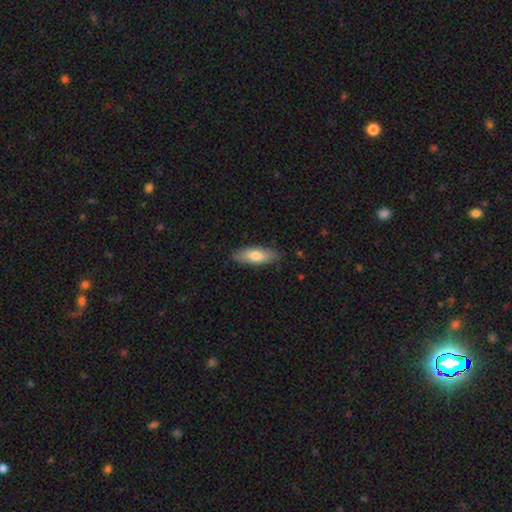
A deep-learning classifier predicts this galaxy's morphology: Smooth or featured? Predicted: smooth (p=0.73). How rounded? Predicted: in between (p=0.70). Merging? Predicted: none (p=0.81).